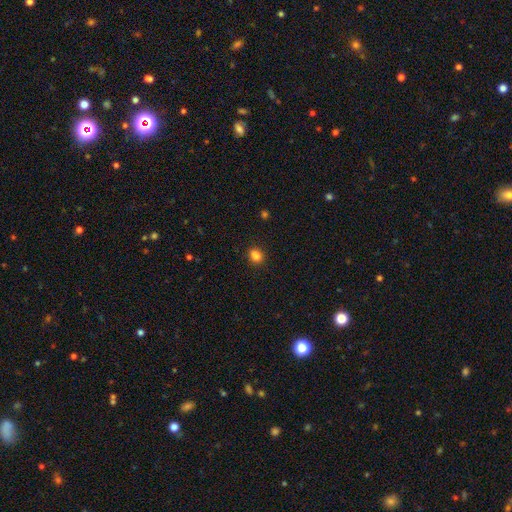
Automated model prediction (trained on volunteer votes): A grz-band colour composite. It shows a smooth galaxy with no disk features (85%) that is in between round and cigar-shaped (55%). Merging: none (87%).